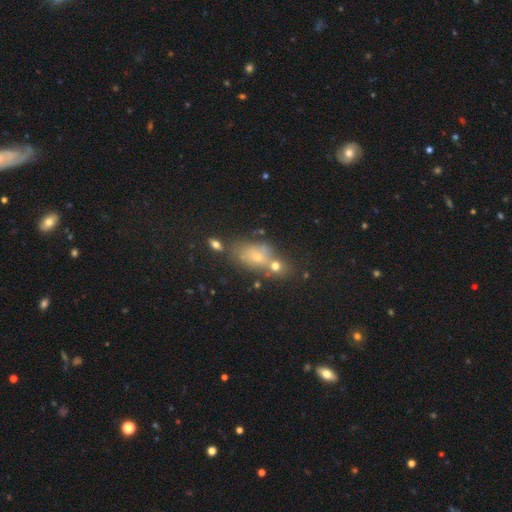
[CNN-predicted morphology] Q: Smooth or featured?
A: smooth (62%); runner-up: featured or disk (22%)
Q: How rounded?
A: in between (80%); runner-up: round (17%)
Q: Merging?
A: none (38%); runner-up: merger (31%)